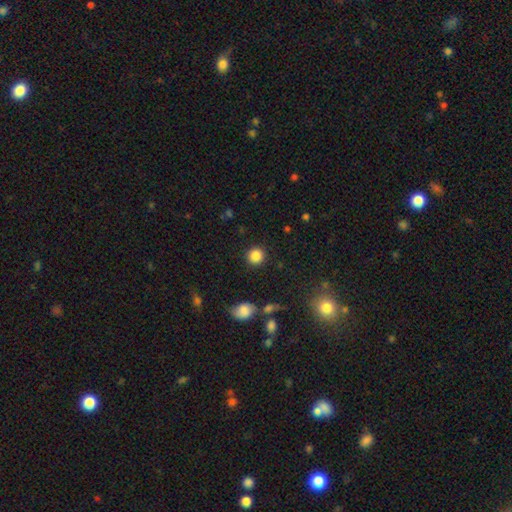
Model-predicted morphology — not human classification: Smooth or featured? smooth (85%)
How rounded? round (92%)
Merging? none (90%)